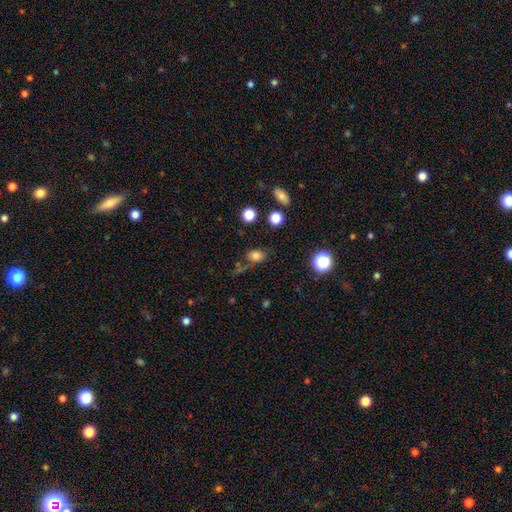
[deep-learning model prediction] The model was most divided on "how rounded": in between: 64%, round: 34%, cigar-shaped: 2%. More confident: smooth or featured — smooth (77%); merging — none (67%).